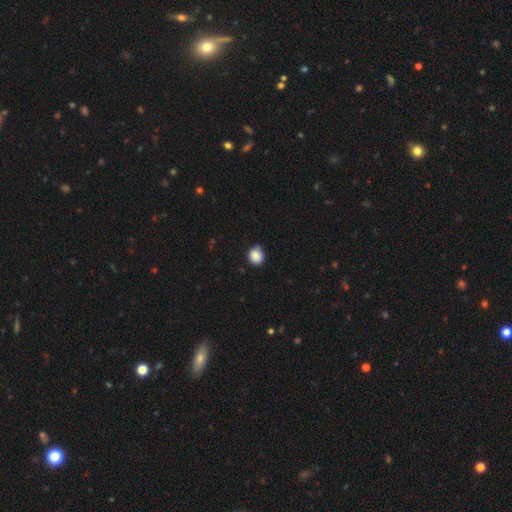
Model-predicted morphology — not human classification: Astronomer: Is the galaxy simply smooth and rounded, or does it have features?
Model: smooth — 87%.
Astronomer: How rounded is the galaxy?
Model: round — 78%.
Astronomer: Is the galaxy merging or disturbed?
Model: none — 72%.